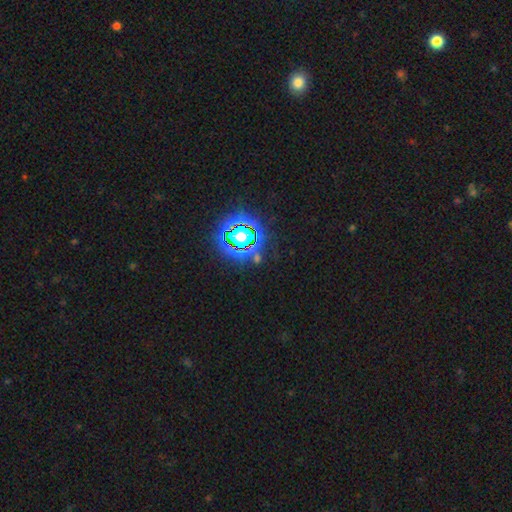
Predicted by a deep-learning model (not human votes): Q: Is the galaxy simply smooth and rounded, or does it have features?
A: star or artifact — 75%.